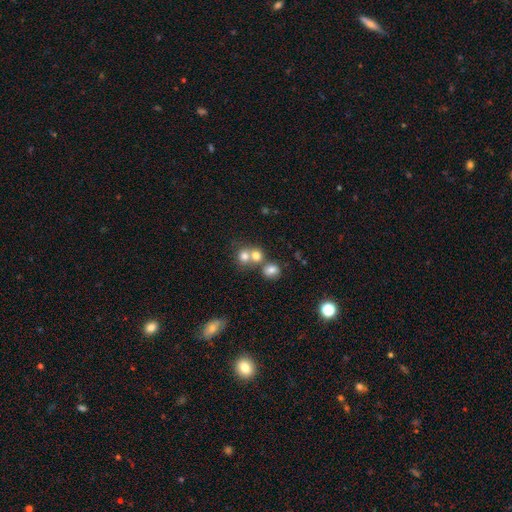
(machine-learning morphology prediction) Smooth or featured: smooth — 74% (star or artifact — 14%)
How rounded: round — 80% (in between — 19%)
Merging: merger — 48% (none — 42%)